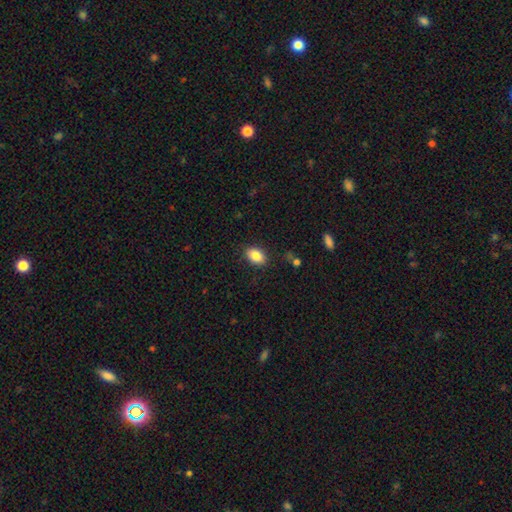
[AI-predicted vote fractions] The model was most divided on "how rounded": in between: 86%, round: 13%, cigar-shaped: 1%. More confident: merging — none (86%); smooth or featured — smooth (85%).